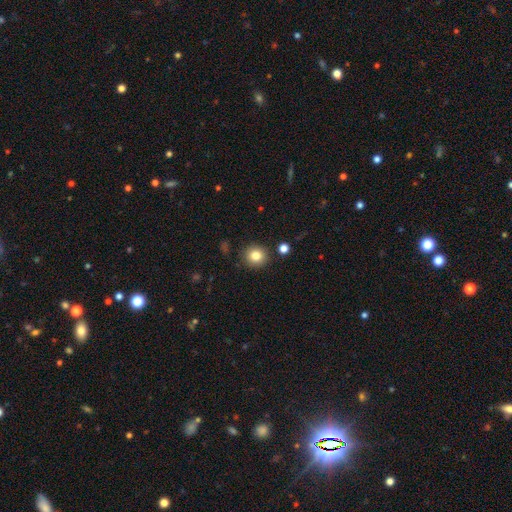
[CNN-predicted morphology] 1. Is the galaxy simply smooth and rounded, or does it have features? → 83% smooth, 11% star or artifact, 7% featured or disk.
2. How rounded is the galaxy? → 90% round, 9% in between, 1% cigar-shaped.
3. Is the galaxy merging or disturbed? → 88% none, 7% minor disturbance, 3% merger, 2% major disturbance.